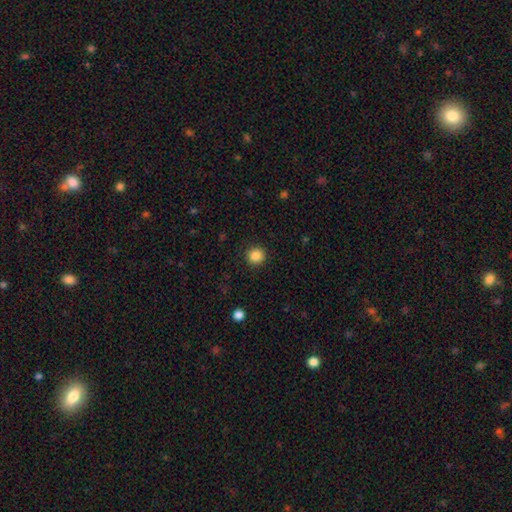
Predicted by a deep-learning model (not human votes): This is clearly a smooth galaxy (86%). How rounded: clearly round (94%). Merging: clearly none (92%).